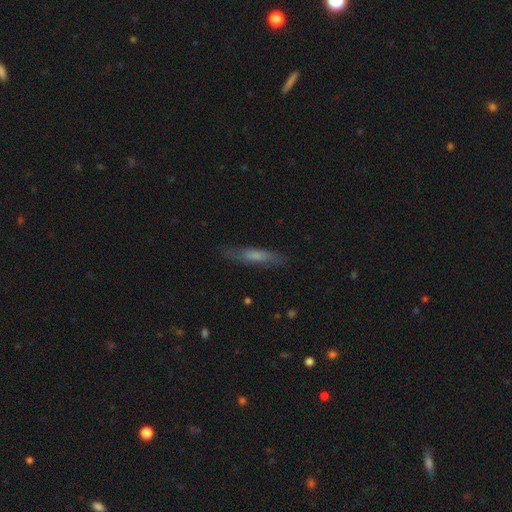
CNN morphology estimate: Smooth or featured?
  - smooth: 58% *
  - featured or disk: 34%
  - star or artifact: 7%
How rounded?
  - cigar-shaped: 83% *
  - in between: 15%
  - round: 2%
Merging?
  - none: 80% *
  - minor disturbance: 15%
  - major disturbance: 4%
  - merger: 1%